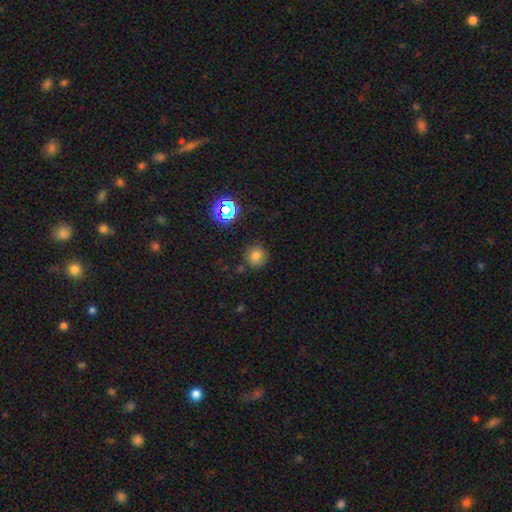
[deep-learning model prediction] Smooth or featured? smooth (74%)
How rounded? round (91%)
Merging? none (82%)